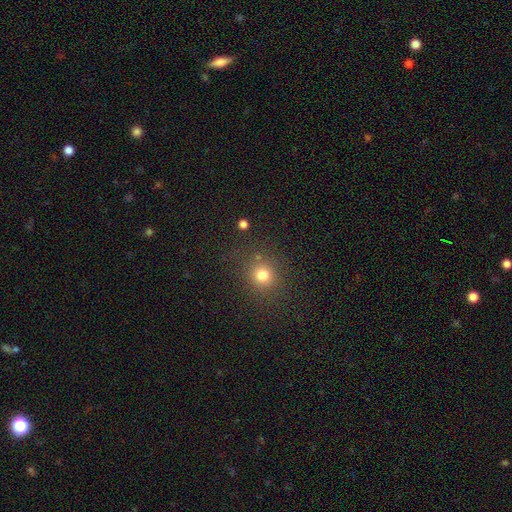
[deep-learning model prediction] Overall: smooth (63%; star or artifact 30%). How rounded: round (85%). Merging: none (87%).